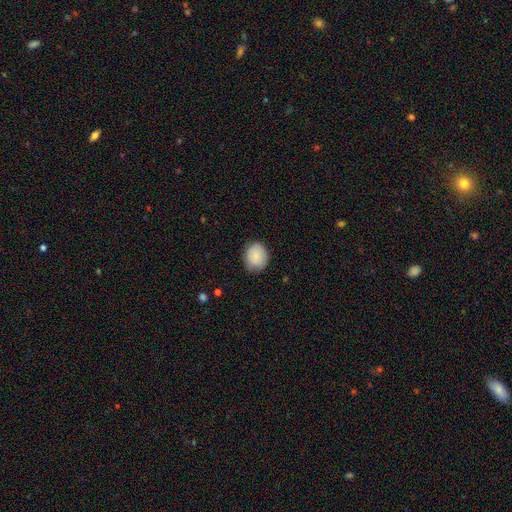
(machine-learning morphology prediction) Smooth or featured? smooth (87%)
How rounded? round (67%)
Merging? none (83%)